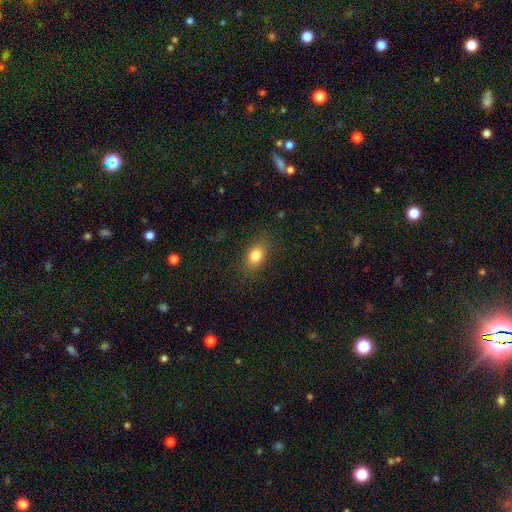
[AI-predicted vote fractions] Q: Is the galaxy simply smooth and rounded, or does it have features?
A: smooth — 81%.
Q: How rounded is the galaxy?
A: in between — 76%.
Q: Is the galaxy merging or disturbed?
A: none — 83%.